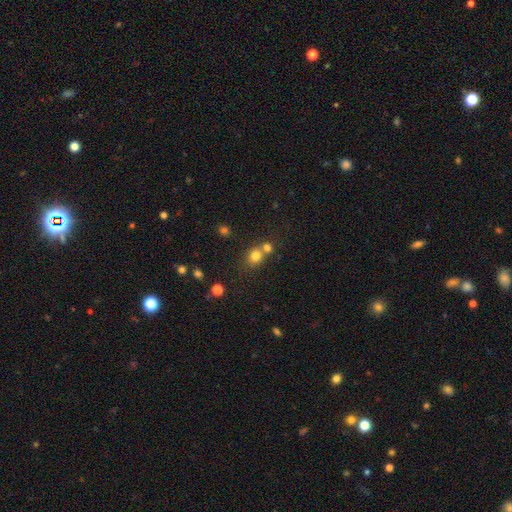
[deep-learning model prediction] Q: Smooth or featured?
A: smooth (77%); runner-up: star or artifact (14%)
Q: How rounded?
A: round (71%); runner-up: in between (28%)
Q: Merging?
A: none (46%); runner-up: merger (42%)